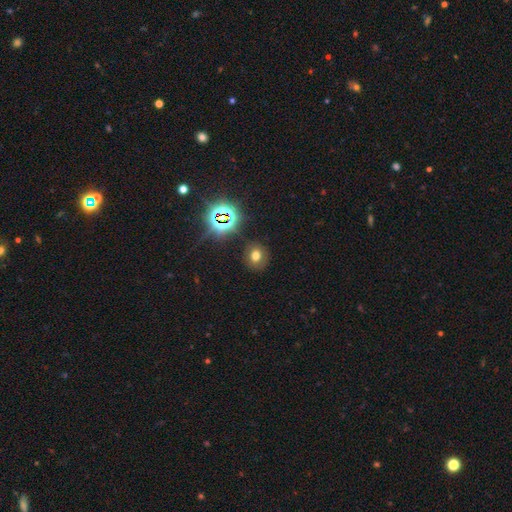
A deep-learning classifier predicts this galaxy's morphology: Smooth or featured: smooth — 64% (star or artifact — 25%)
How rounded: round — 70% (in between — 29%)
Merging: none — 84% (minor disturbance — 10%)